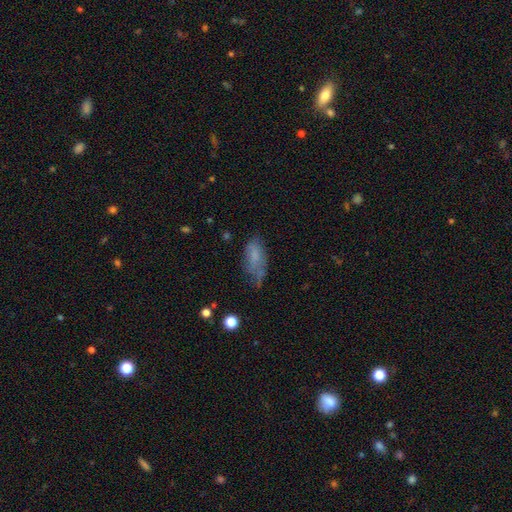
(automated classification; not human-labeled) A smooth galaxy with no disk features (61%) that is in between round and cigar-shaped (82%). Merging: none (44%).